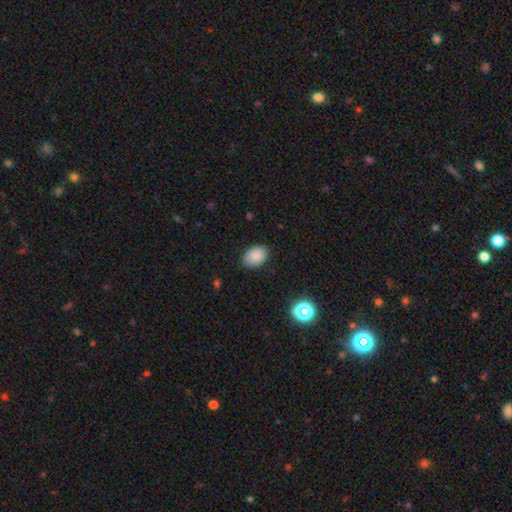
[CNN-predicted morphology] The model was most divided on "merging": none: 85%, minor disturbance: 12%, major disturbance: 3%, merger: 1%. More confident: how rounded — in between (87%); smooth or featured — smooth (86%).